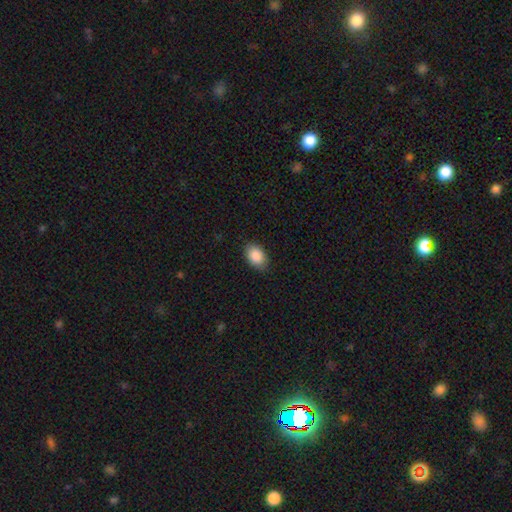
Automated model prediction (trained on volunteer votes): smooth 89%, star or artifact 7%, featured or disk 4%. Down the decision tree: how rounded — in between (86%); merging — none (85%).